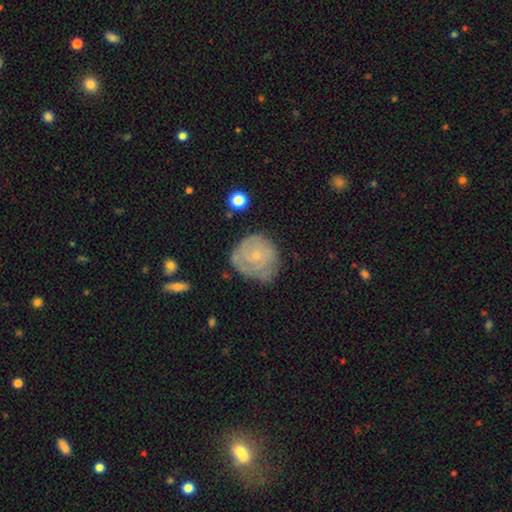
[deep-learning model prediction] Overall: featured or disk (66%; smooth 27%). Edge-on disk: no (97%). Bar: no (79%). Spiral arms: yes (85%). Spiral arm count: can't tell (42%; 2 25%). Spiral winding: tight (70%). Bulge size: small (80%). Merging: none (63%; minor disturbance 25%).